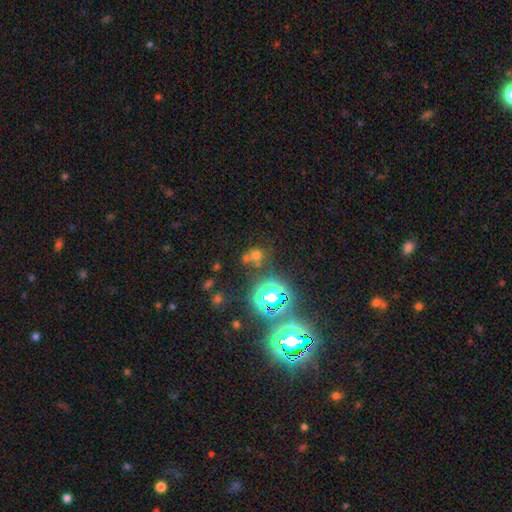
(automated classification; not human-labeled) smooth_or_featured: smooth (p=0.47) [alt: star or artifact p=0.42]
merging: none (p=0.51) [alt: merger p=0.24]